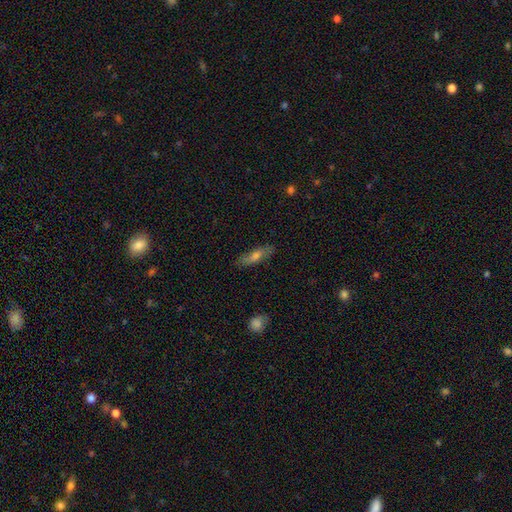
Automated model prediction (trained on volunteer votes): smooth-or-featured: smooth: 55% | featured or disk: 36% | star or artifact: 9%
  how-rounded: cigar-shaped: 64% | in between: 33% | round: 3%
  merging: none: 84% | minor disturbance: 12% | major disturbance: 3% | merger: 1%